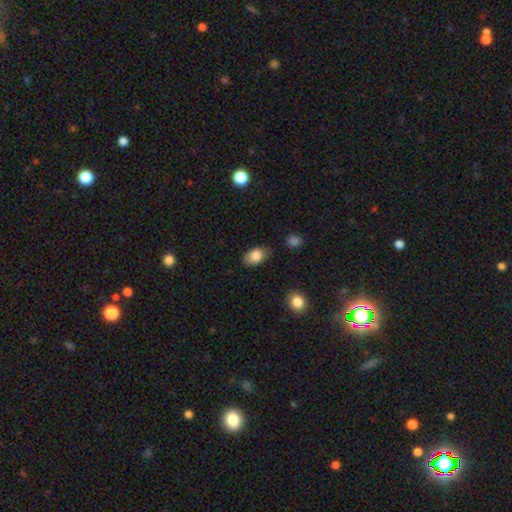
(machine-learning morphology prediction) This appears to be a smooth galaxy with no disk features (83%) that is in between round and cigar-shaped (89%). Merging: none (76%).